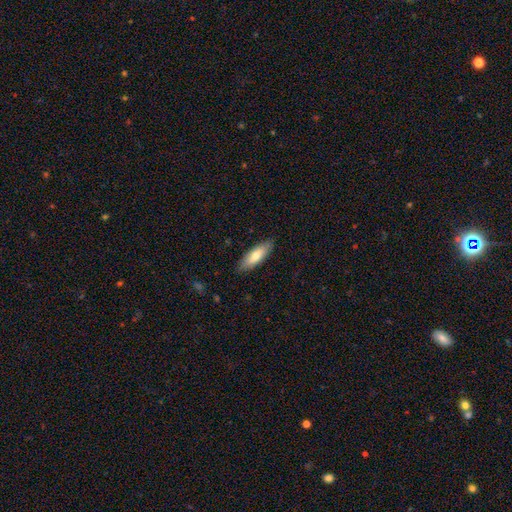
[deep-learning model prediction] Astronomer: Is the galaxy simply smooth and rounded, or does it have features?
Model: smooth — 75%.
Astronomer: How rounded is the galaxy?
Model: in between — 58% (runner-up: cigar-shaped, 40%).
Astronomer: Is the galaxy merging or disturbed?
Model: none — 87%.